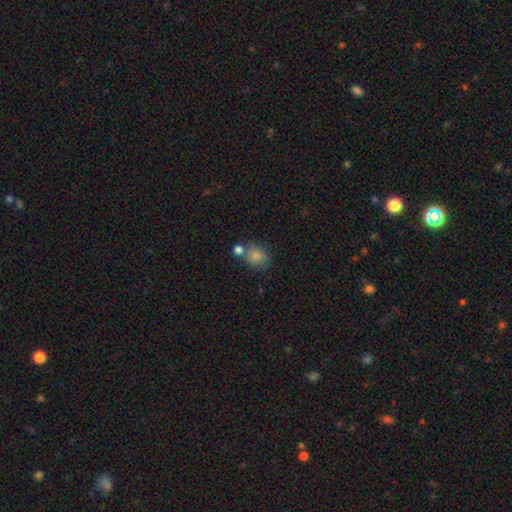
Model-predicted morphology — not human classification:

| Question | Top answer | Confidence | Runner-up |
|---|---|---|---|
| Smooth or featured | smooth | 83% | star or artifact (9%) |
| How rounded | round | 58% | in between (41%) |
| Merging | none | 57% | merger (23%) |